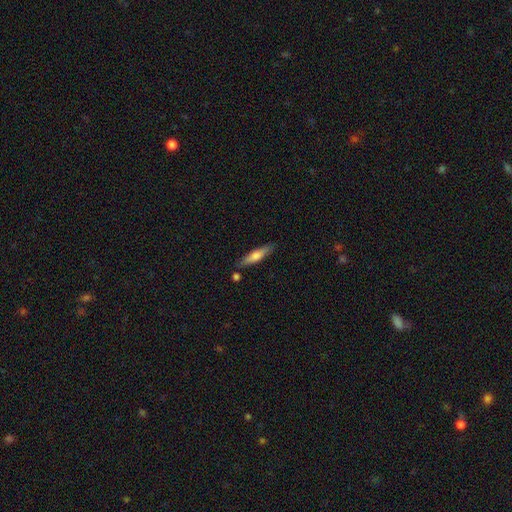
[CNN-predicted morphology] A smooth galaxy with no disk features (62%) that is cigar-shaped (80%).

Vote fractions:
- Smooth or featured? smooth: 62% / featured or disk: 32% / star or artifact: 6%
- How rounded? cigar-shaped: 80% / in between: 18% / round: 2%
- Merging? none: 81% / minor disturbance: 12% / merger: 5% / major disturbance: 2%